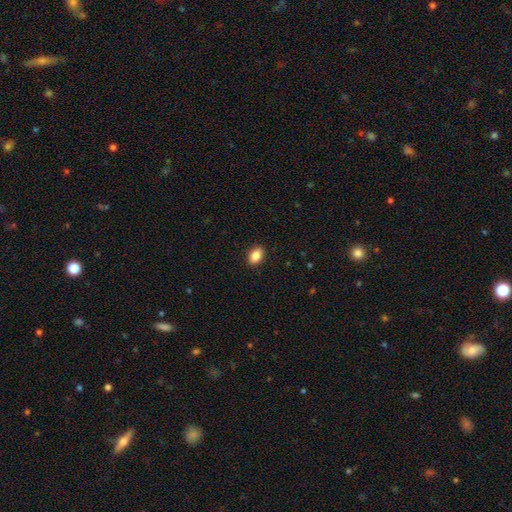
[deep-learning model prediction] A smooth galaxy with no disk features (87%) that is in between round and cigar-shaped (81%).

Vote fractions:
- Smooth or featured? smooth: 87% / star or artifact: 8% / featured or disk: 5%
- How rounded? in between: 81% / round: 18% / cigar-shaped: 1%
- Merging? none: 91% / minor disturbance: 7% / major disturbance: 2% / merger: 1%